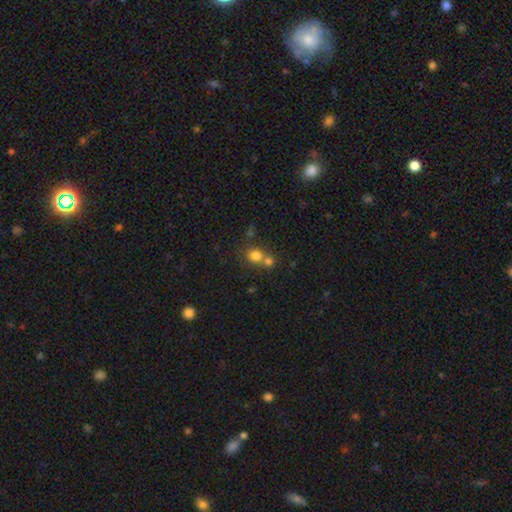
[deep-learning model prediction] Smooth or featured? Predicted: smooth (p=0.77). How rounded? Predicted: round (p=0.76). Merging? Predicted: merger (p=0.45).